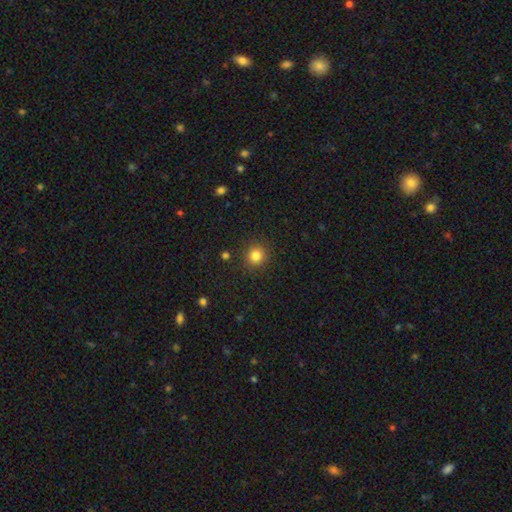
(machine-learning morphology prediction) Smooth or featured: smooth — 83% (star or artifact — 12%)
How rounded: round — 91% (in between — 8%)
Merging: none — 89% (minor disturbance — 7%)